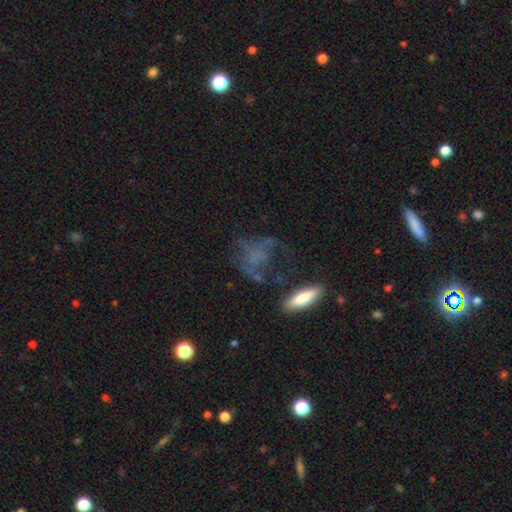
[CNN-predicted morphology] Smooth or featured: smooth — 41% (featured or disk — 40%)
Merging: none — 45% (major disturbance — 28%)